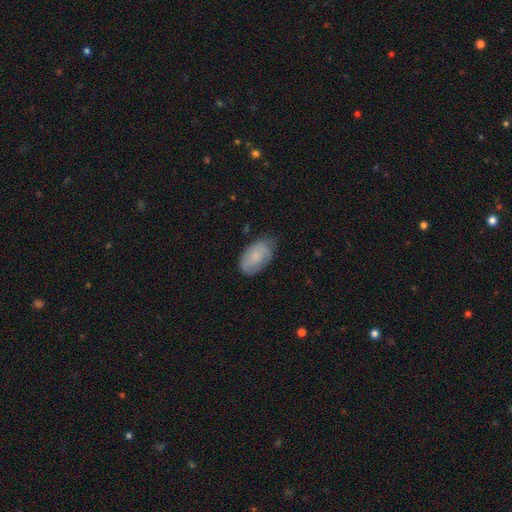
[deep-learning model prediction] This appears to be a smooth galaxy with no disk features (66%) that is in between round and cigar-shaped (93%). Merging: none (68%).